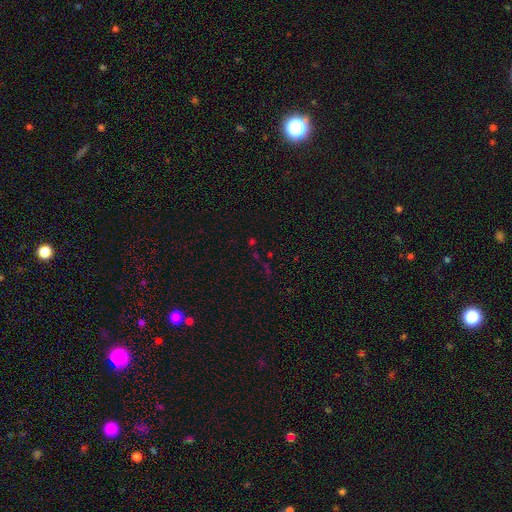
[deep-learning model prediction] The model was most divided on "smooth or featured": star or artifact: 64%, smooth: 25%, featured or disk: 11%.